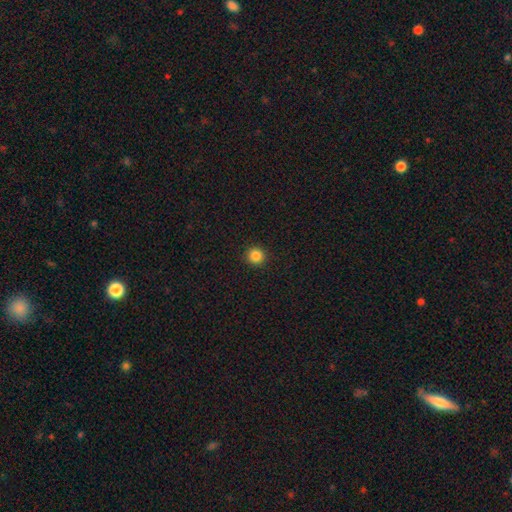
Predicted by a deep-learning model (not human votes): Smooth or featured?
  - smooth: 86% *
  - star or artifact: 11%
  - featured or disk: 3%
How rounded?
  - round: 95% *
  - in between: 4%
  - cigar-shaped: 1%
Merging?
  - none: 93% *
  - minor disturbance: 4%
  - major disturbance: 2%
  - merger: 1%